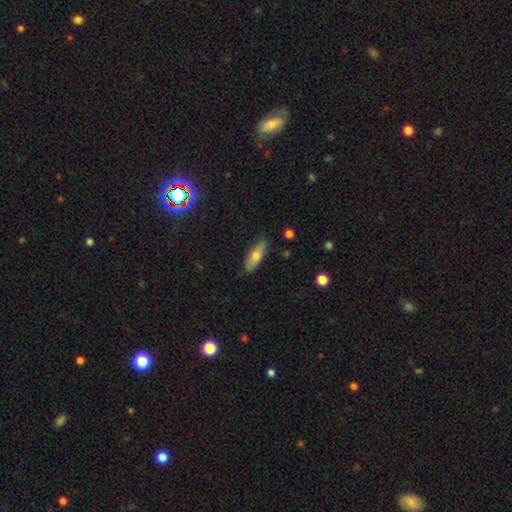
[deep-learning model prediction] Morphology: type=smooth (68%); roundness=in between (56%); merging=none (83%).